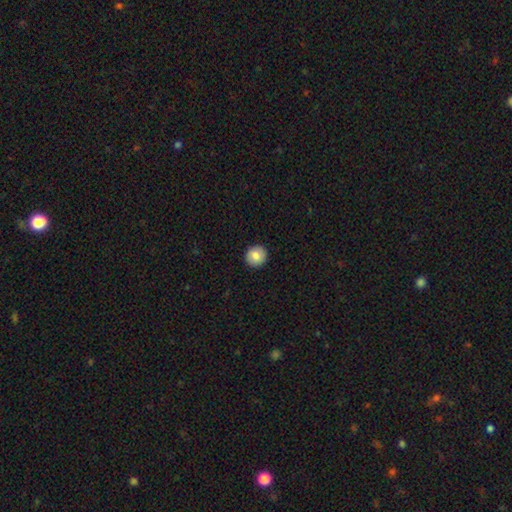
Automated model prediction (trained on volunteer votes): The model was most divided on "smooth or featured": smooth: 82%, featured or disk: 11%, star or artifact: 8%. More confident: merging — none (92%); how rounded — round (91%).